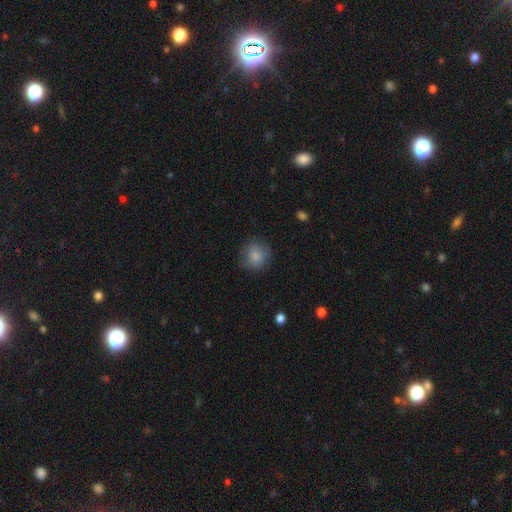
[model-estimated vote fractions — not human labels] smooth 83%, featured or disk 9%, star or artifact 8%. Down the decision tree: how rounded — round (85%); merging — none (75%).